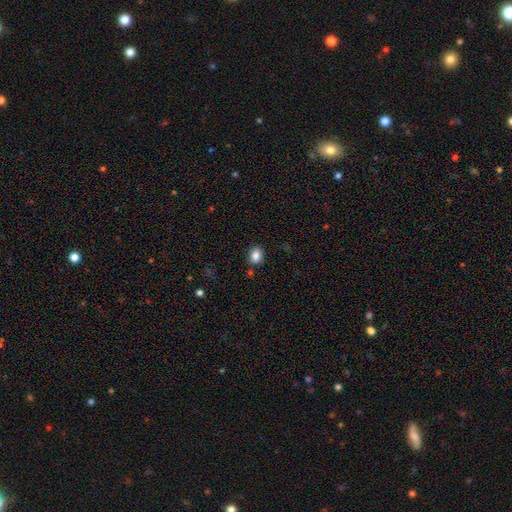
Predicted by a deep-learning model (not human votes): Smooth or featured? smooth (85%)
How rounded? round (64%)
Merging? none (84%)